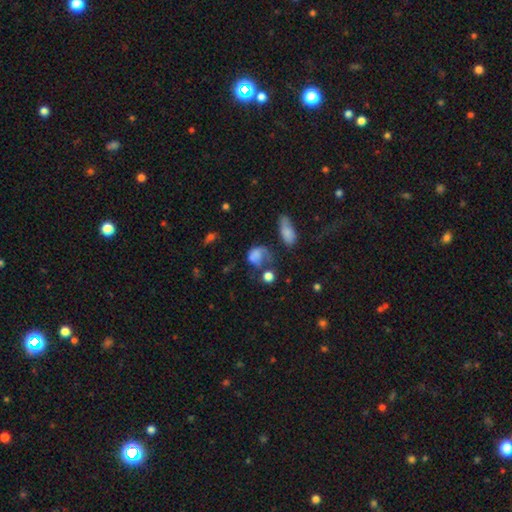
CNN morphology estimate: smooth-or-featured: smooth: 68% | featured or disk: 17% | star or artifact: 15%
  how-rounded: in between: 52% | round: 46% | cigar-shaped: 2%
  merging: major disturbance: 35% | none: 25% | minor disturbance: 21% | merger: 18%